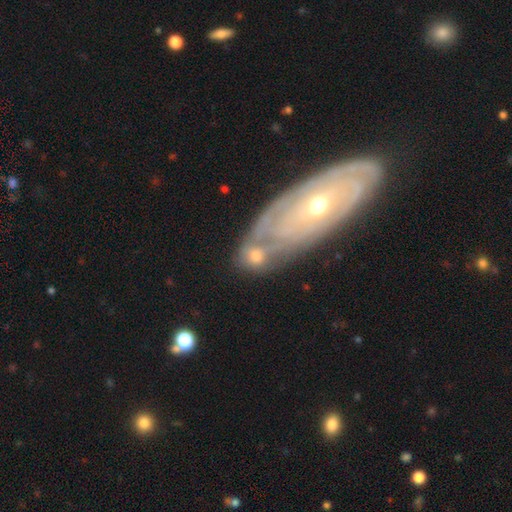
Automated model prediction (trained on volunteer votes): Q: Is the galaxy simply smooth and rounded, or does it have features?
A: smooth — 55%.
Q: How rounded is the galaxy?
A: round — 54%.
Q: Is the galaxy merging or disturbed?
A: none — 37%.